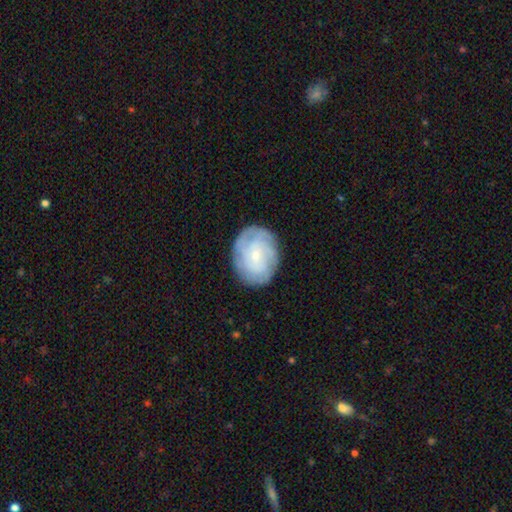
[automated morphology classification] Overall: featured or disk (62%; smooth 31%). Edge-on disk: no (97%). Bar: no (69%). Spiral arms: yes (87%). Spiral arm count: can't tell (49%; 4 15%). Spiral winding: tight (66%). Bulge size: small (73%). Merging: none (80%).